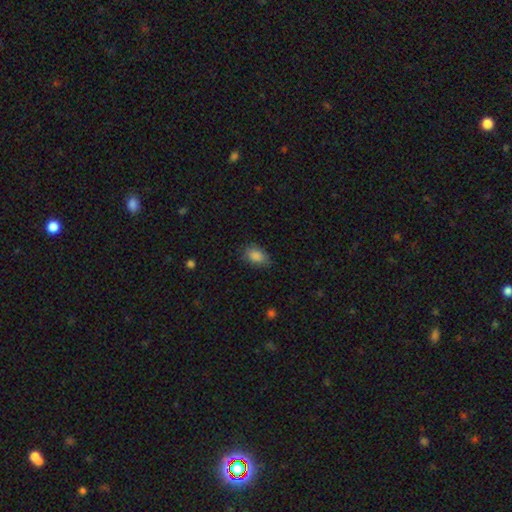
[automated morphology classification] This is clearly a smooth galaxy (87%). How rounded: clearly in between (84%). Merging: likely none (76%).